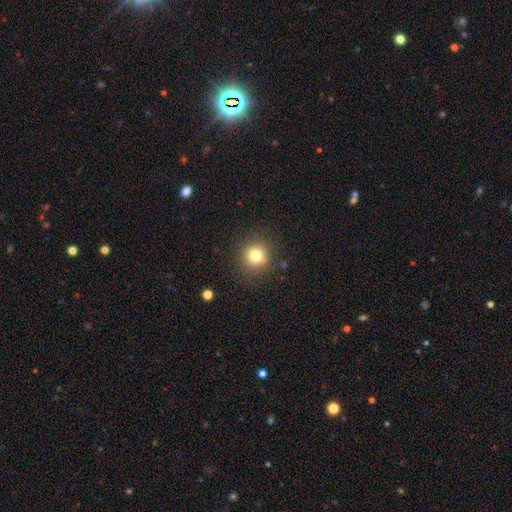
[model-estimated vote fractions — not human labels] Smooth or featured? Predicted: smooth (p=0.79). How rounded? Predicted: round (p=0.91). Merging? Predicted: none (p=0.86).